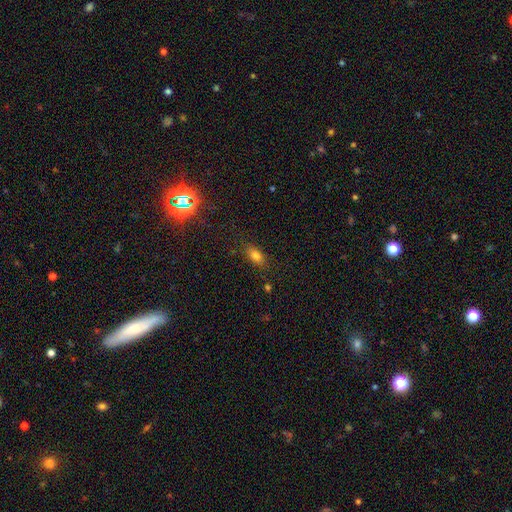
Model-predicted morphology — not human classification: This appears to be a smooth galaxy with no disk features (77%) that is in between round and cigar-shaped (82%). Merging: none (81%).